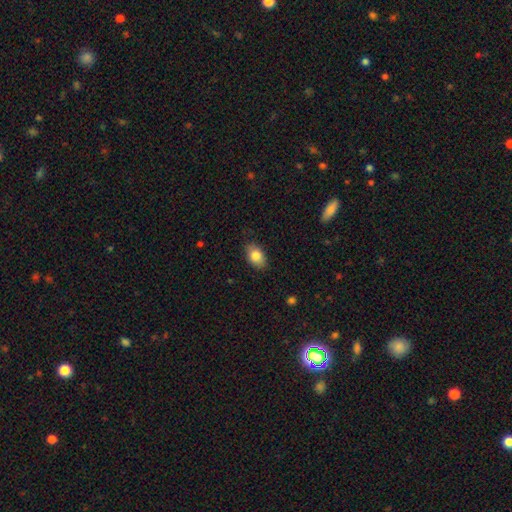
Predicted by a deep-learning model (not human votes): Smooth or featured? smooth (83%)
How rounded? in between (86%)
Merging? none (83%)